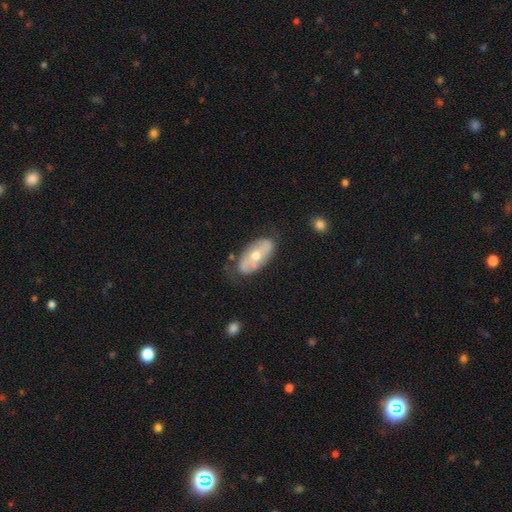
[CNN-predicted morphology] Q: Smooth or featured?
A: featured or disk (59%); runner-up: smooth (35%)
Q: Edge-on disk?
A: no (89%); runner-up: yes (11%)
Q: Bar?
A: no (62%); runner-up: weak (23%)
Q: Spiral arms?
A: no (52%); runner-up: yes (48%)
Q: Bulge size?
A: moderate (67%); runner-up: small (28%)
Q: Merging?
A: none (65%); runner-up: minor disturbance (24%)